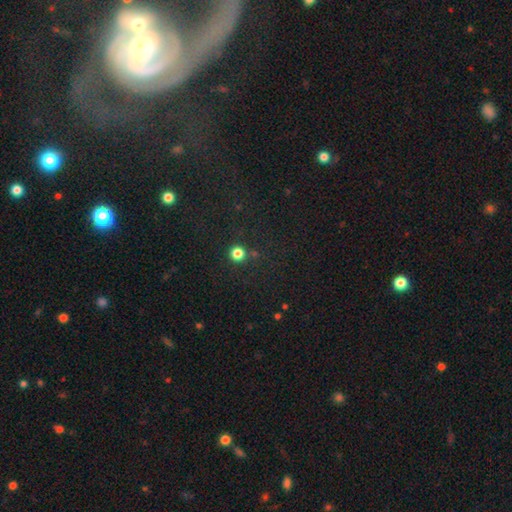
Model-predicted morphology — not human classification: This appears to be a star or artifact, not a galaxy (62%).